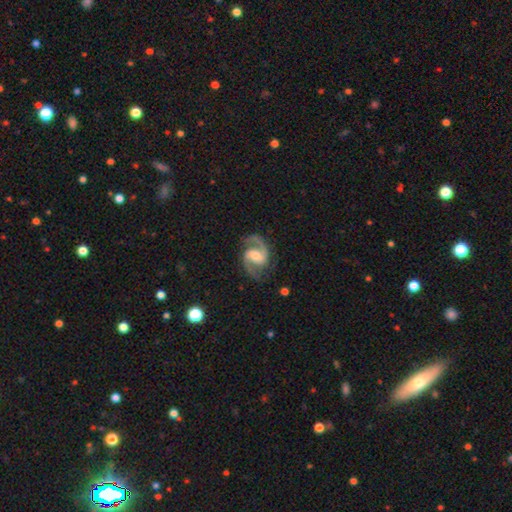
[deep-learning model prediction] Morphology: type=featured or disk (91%); edge-on=no (98%); bar=weak (51%); spiral arms=yes (98%); winding=medium (63%); arm count=2 (93%); bulge=moderate (57%); merging=none (80%).